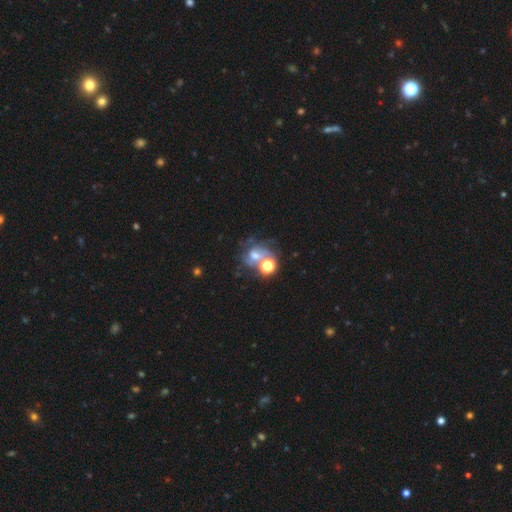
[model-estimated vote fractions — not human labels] A featured or disk galaxy (41%). Merging: merger (37%).